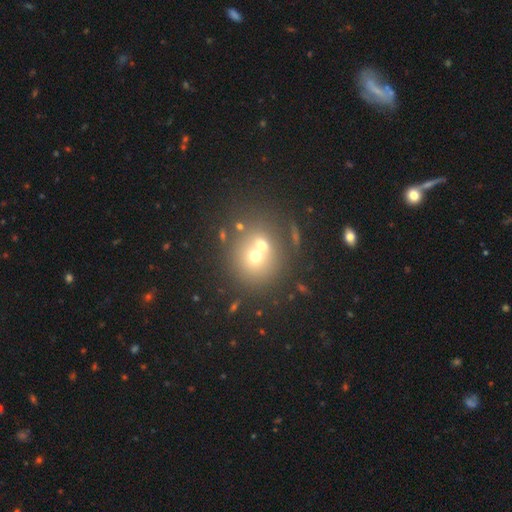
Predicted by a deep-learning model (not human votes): Smooth or featured? smooth (59%)
How rounded? round (84%)
Merging? merger (45%)